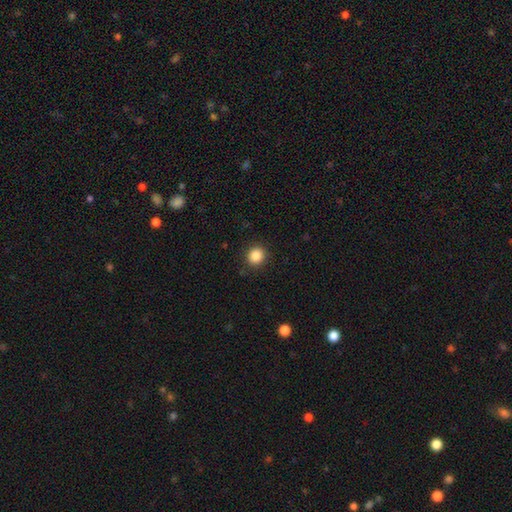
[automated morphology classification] Smooth or featured: smooth — 86% (star or artifact — 10%)
How rounded: round — 88% (in between — 11%)
Merging: none — 90% (minor disturbance — 7%)